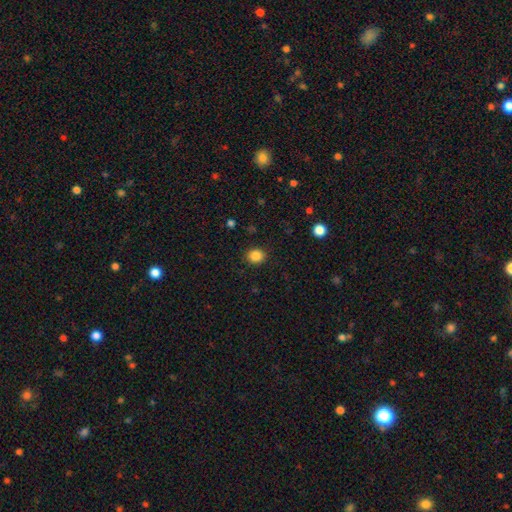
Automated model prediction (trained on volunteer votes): smooth-or-featured: smooth: 85% | star or artifact: 11% | featured or disk: 4%
  how-rounded: round: 76% | in between: 23% | cigar-shaped: 1%
  merging: none: 90% | minor disturbance: 7% | major disturbance: 2% | merger: 1%